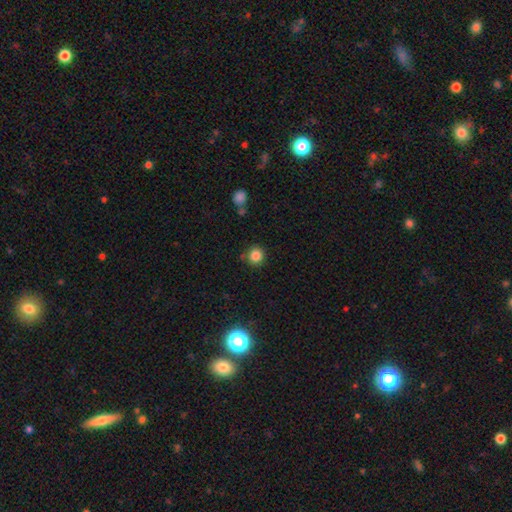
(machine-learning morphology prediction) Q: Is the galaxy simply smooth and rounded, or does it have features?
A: smooth — 84%.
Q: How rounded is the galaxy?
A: round — 93%.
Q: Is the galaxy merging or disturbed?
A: none — 83%.